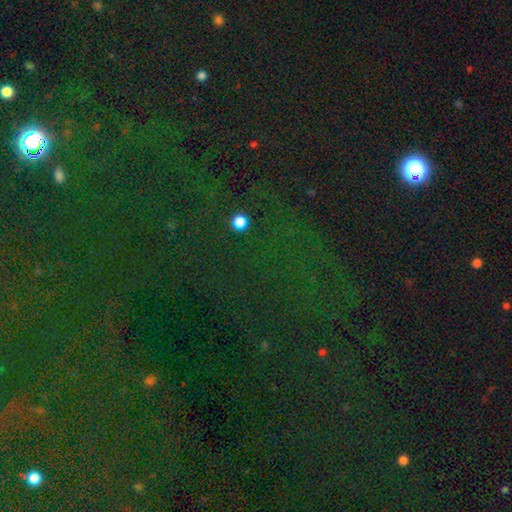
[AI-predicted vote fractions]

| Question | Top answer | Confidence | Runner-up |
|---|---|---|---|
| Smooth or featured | star or artifact | 79% | smooth (12%) |